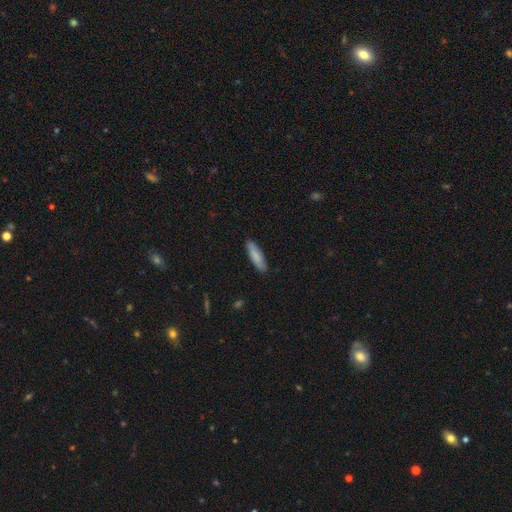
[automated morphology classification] A smooth galaxy with no disk features (82%) that is cigar-shaped (62%). Merging: none (87%).